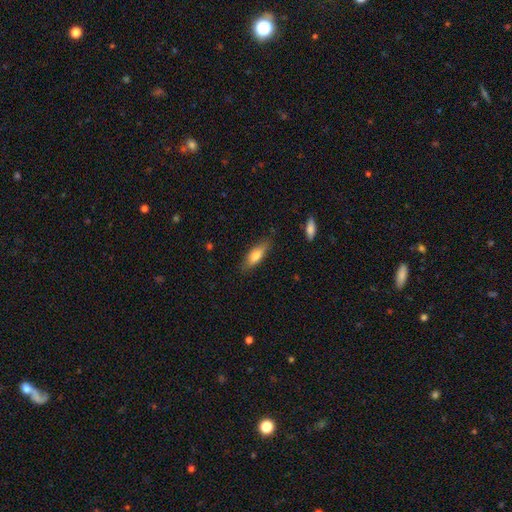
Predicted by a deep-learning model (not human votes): A smooth galaxy with no disk features (73%) that is in between round and cigar-shaped (58%).

Vote fractions:
- Smooth or featured? smooth: 73% / featured or disk: 21% / star or artifact: 7%
- How rounded? in between: 58% / cigar-shaped: 39% / round: 2%
- Merging? none: 79% / minor disturbance: 16% / major disturbance: 3% / merger: 2%